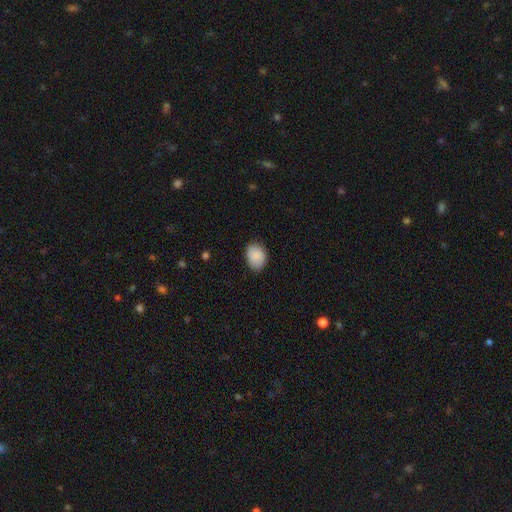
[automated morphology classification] Smooth or featured? Predicted: smooth (p=0.88). How rounded? Predicted: in between (p=0.65). Merging? Predicted: none (p=0.78).